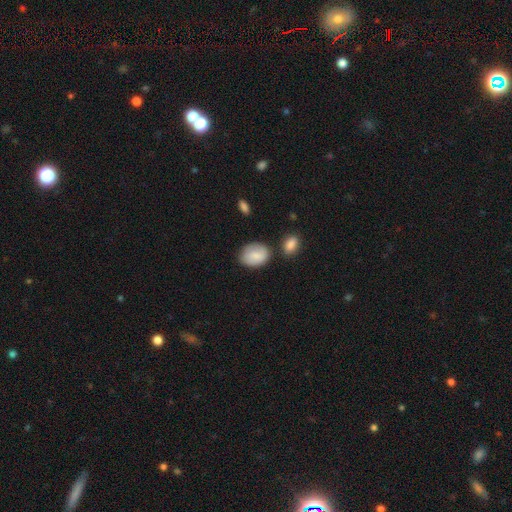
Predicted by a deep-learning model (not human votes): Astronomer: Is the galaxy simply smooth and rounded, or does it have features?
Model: smooth — 81%.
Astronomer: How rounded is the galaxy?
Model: in between — 69%.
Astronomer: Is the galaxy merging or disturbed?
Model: none — 66%.